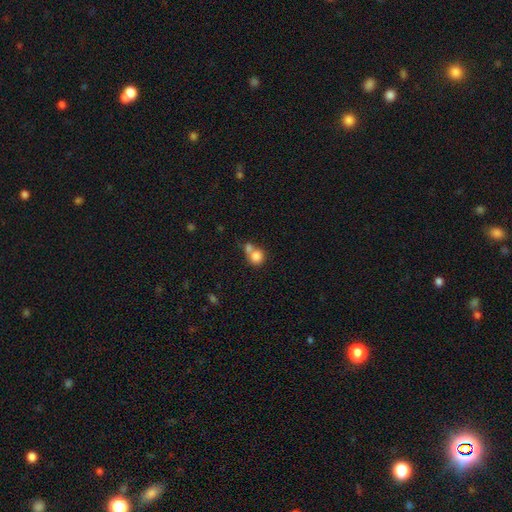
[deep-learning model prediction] Morphology: type=smooth (81%); roundness=round (82%); merging=merger (48%).